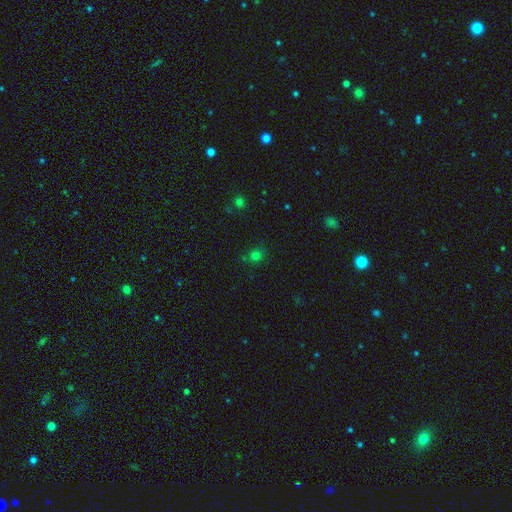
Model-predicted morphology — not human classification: Smooth or featured? Predicted: smooth (p=0.70). How rounded? Predicted: round (p=0.73). Merging? Predicted: none (p=0.70).